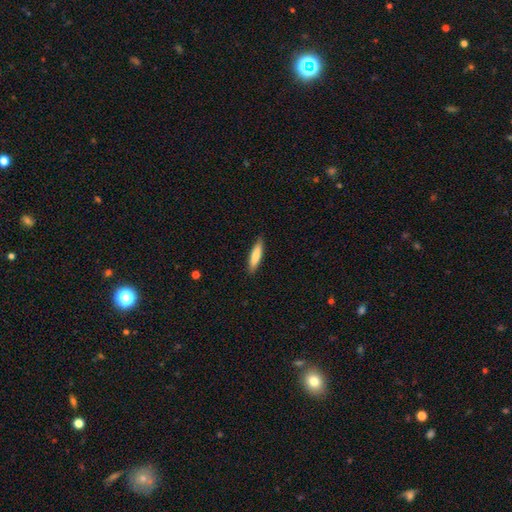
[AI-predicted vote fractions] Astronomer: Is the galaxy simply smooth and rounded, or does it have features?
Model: smooth — 81%.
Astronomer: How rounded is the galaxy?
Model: cigar-shaped — 75%.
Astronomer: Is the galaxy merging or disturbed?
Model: none — 88%.